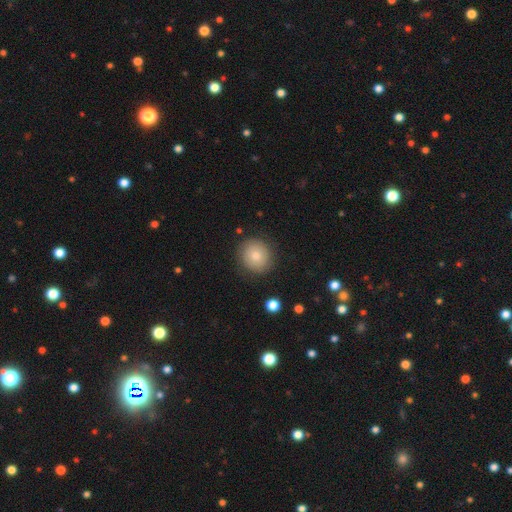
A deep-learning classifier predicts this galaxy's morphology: smooth 77%, featured or disk 15%, star or artifact 8%. Down the decision tree: how rounded — round (86%); merging — none (85%).